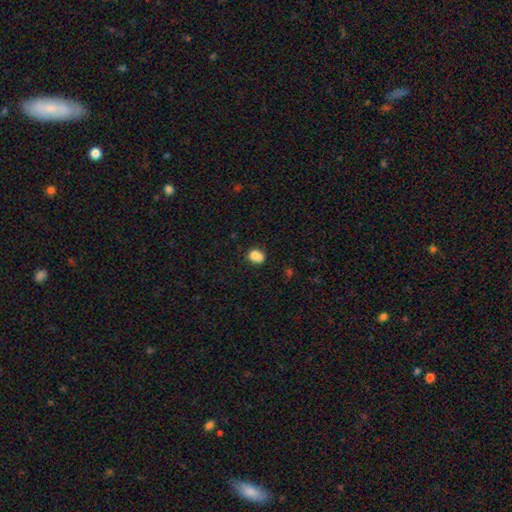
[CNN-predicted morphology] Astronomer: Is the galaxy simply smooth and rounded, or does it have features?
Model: smooth — 76%.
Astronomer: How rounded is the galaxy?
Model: round — 64%.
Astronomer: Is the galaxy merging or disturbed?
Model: merger — 44% (runner-up: none, 38%).